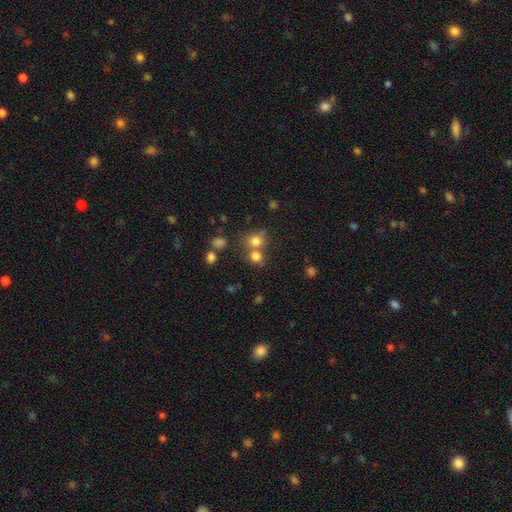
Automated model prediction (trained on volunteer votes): smooth 75%, star or artifact 16%, featured or disk 9%. Down the decision tree: how rounded — round (79%); merging — none (47%).